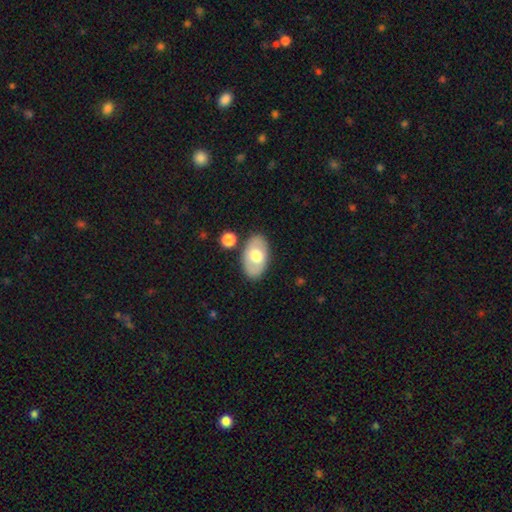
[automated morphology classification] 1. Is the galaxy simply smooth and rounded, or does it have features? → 58% smooth, 36% featured or disk, 6% star or artifact.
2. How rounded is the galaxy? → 91% in between, 7% round, 1% cigar-shaped.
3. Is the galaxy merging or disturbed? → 80% none, 12% minor disturbance, 5% merger, 3% major disturbance.